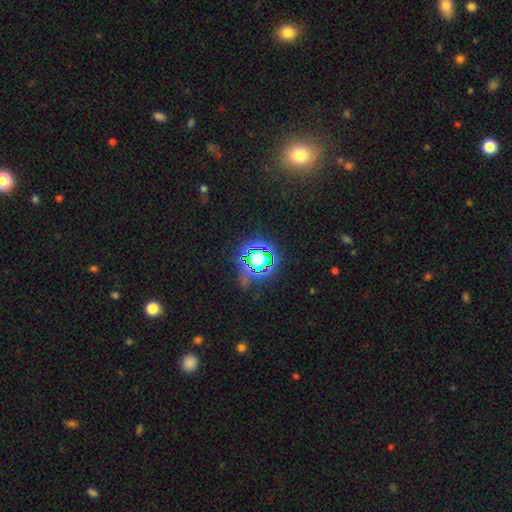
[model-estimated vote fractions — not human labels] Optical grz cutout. It shows a star or artifact, not a galaxy (66%).